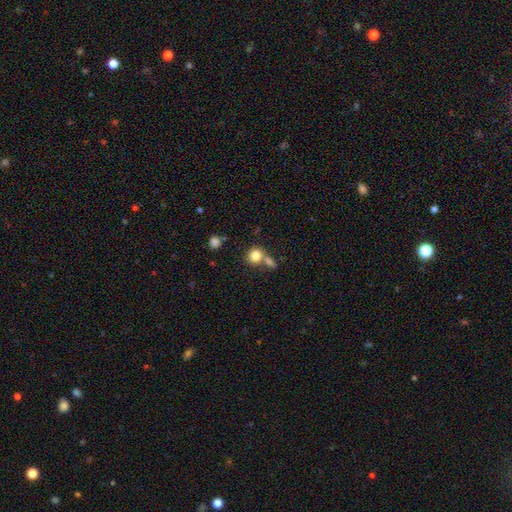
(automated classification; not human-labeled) Smooth or featured?
  - smooth: 82% *
  - star or artifact: 10%
  - featured or disk: 8%
How rounded?
  - round: 83% *
  - in between: 16%
  - cigar-shaped: 1%
Merging?
  - none: 54% *
  - merger: 32%
  - minor disturbance: 10%
  - major disturbance: 5%